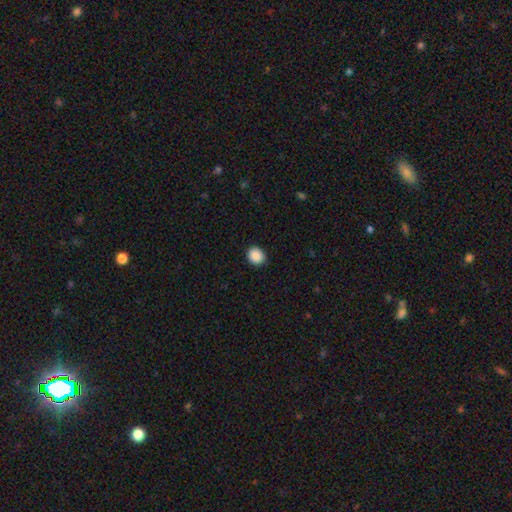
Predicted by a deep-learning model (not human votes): This appears to be a smooth galaxy with no disk features (89%) that is round (80%). Merging: none (91%).